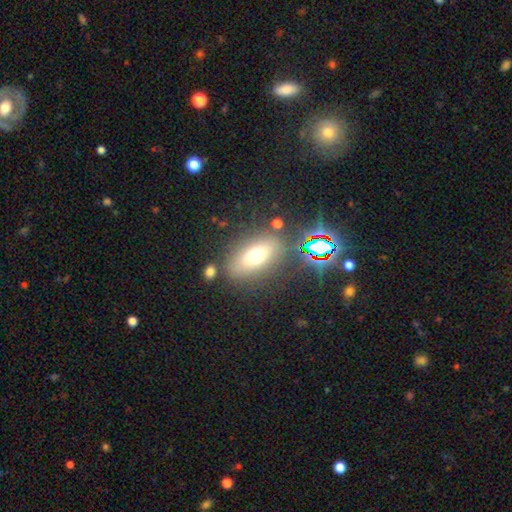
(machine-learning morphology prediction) A smooth galaxy with no disk features (61%) that is in between round and cigar-shaped (75%). Merging: none (80%).